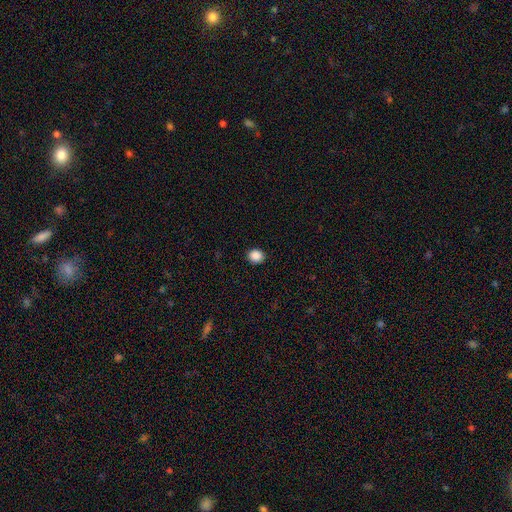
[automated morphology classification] This is clearly a smooth galaxy (88%). How rounded: likely round (74%). Merging: clearly none (92%).